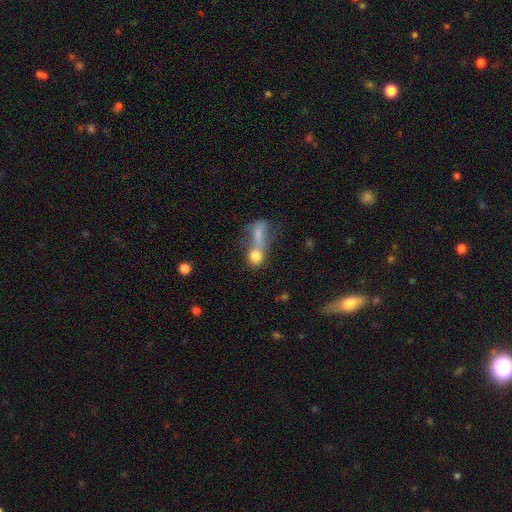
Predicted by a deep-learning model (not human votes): smooth-or-featured: smooth: 74% | featured or disk: 15% | star or artifact: 11%
  how-rounded: round: 55% | in between: 38% | cigar-shaped: 7%
  merging: merger: 60% | none: 22% | major disturbance: 10% | minor disturbance: 8%